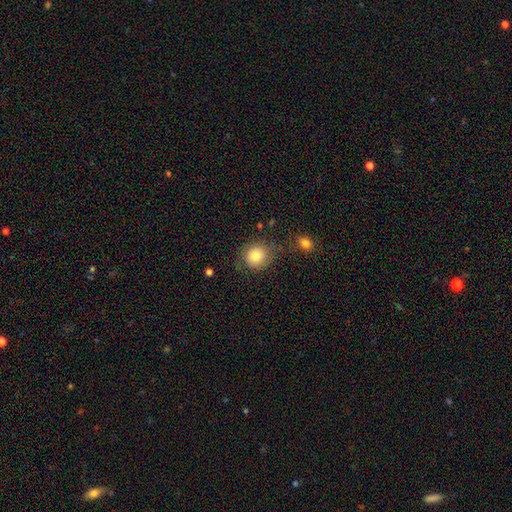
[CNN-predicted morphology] This appears to be a smooth galaxy with no disk features (83%) that is round (82%). Merging: none (70%).